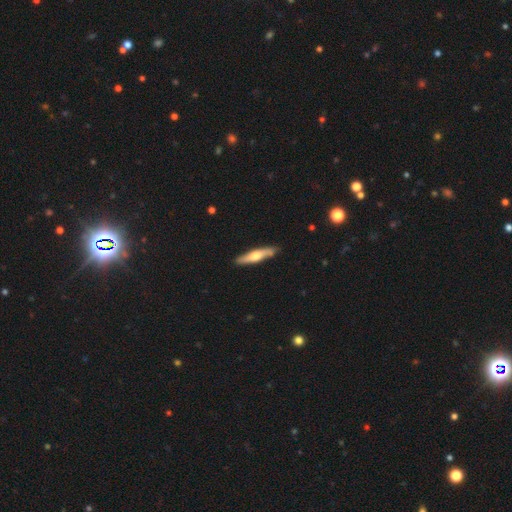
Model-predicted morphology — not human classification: A featured or disk galaxy (50%) viewed edge-on (91%).

Vote fractions:
- Smooth or featured? featured or disk: 50% / smooth: 45% / star or artifact: 5%
- Edge-on disk? yes: 91% / no: 9%
- Merging? none: 88% / minor disturbance: 9% / major disturbance: 2% / merger: 1%